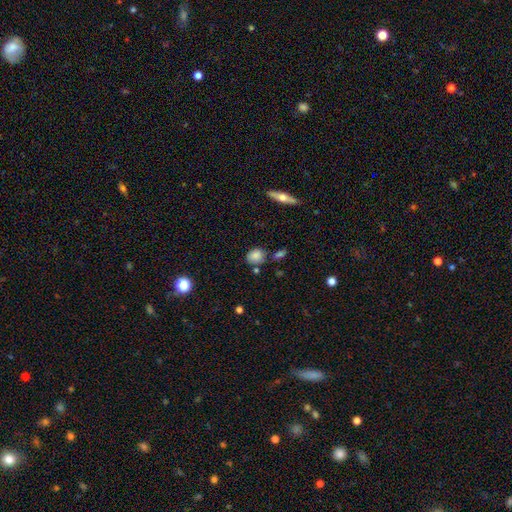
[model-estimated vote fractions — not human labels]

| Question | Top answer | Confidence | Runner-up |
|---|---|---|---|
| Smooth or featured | smooth | 82% | star or artifact (10%) |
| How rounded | round | 54% | in between (44%) |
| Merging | none | 70% | minor disturbance (17%) |